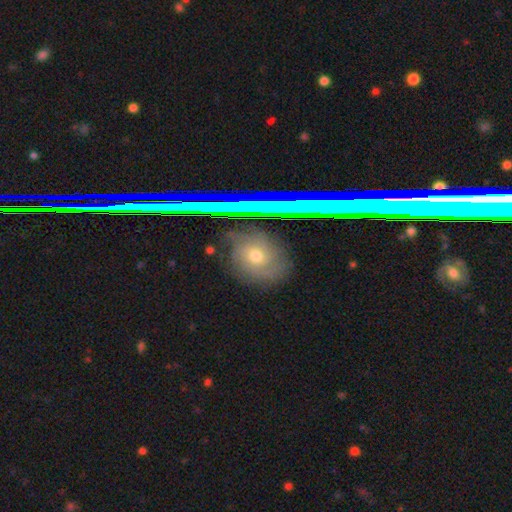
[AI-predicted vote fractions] This appears to be a smooth galaxy with no disk features (41%). Merging: none (78%).